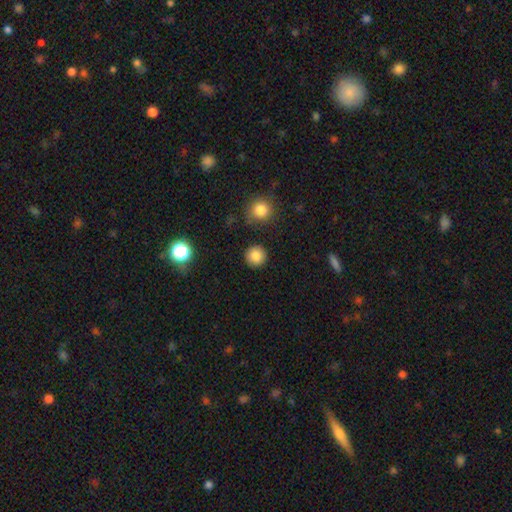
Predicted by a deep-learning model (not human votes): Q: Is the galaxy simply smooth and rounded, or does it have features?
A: smooth — 85%.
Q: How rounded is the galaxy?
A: round — 94%.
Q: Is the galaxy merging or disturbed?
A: none — 89%.